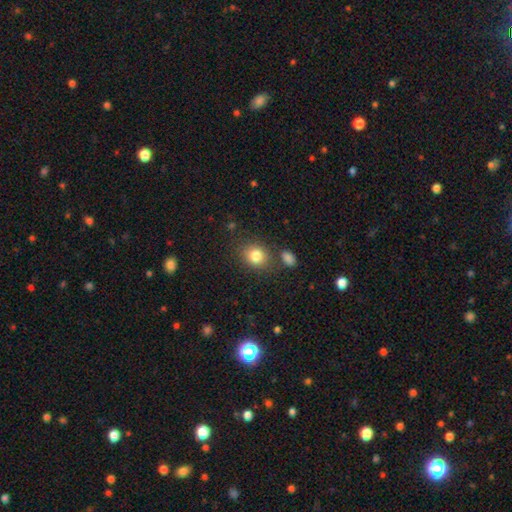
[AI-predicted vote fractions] The model was most divided on "how rounded": round: 65%, in between: 34%, cigar-shaped: 1%. More confident: smooth or featured — smooth (83%); merging — none (76%).